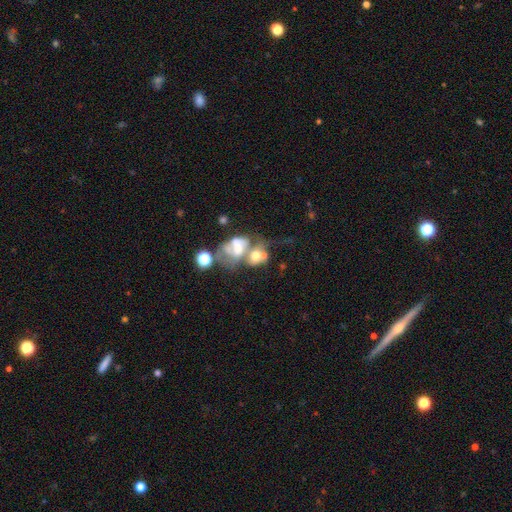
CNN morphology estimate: smooth_or_featured: featured or disk (p=0.46) [alt: smooth p=0.40]
merging: merger (p=0.66) [alt: major disturbance p=0.16]